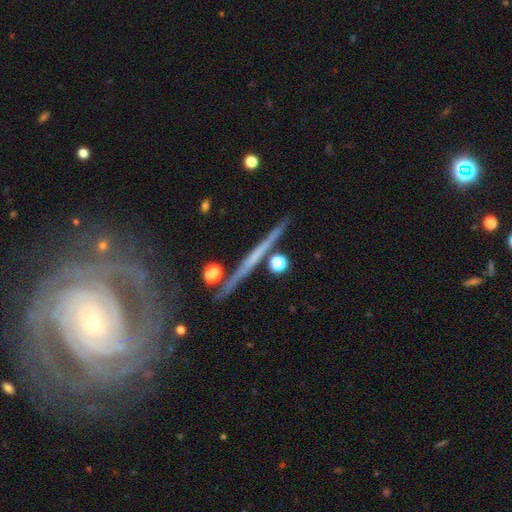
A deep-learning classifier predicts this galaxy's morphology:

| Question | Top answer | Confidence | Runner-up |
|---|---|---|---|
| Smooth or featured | featured or disk | 71% | smooth (21%) |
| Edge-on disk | yes | 94% | no (6%) |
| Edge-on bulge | none | 64% | rounded (27%) |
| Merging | none | 83% | minor disturbance (9%) |